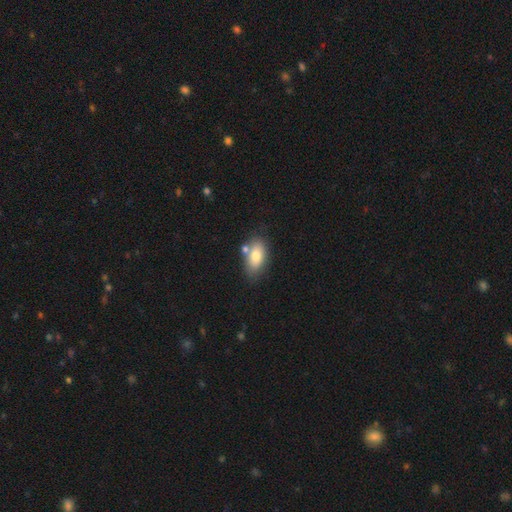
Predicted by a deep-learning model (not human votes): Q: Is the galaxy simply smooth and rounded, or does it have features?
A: smooth — 79%.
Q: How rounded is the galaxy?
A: in between — 91%.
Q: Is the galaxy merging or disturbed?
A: none — 64%.